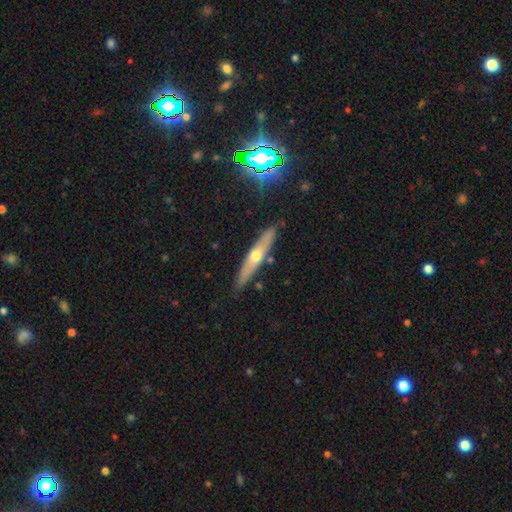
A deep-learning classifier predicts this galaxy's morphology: Smooth or featured?
  - featured or disk: 55% *
  - smooth: 39%
  - star or artifact: 6%
Edge-on disk?
  - yes: 86% *
  - no: 14%
Merging?
  - none: 85% *
  - minor disturbance: 10%
  - merger: 3%
  - major disturbance: 2%